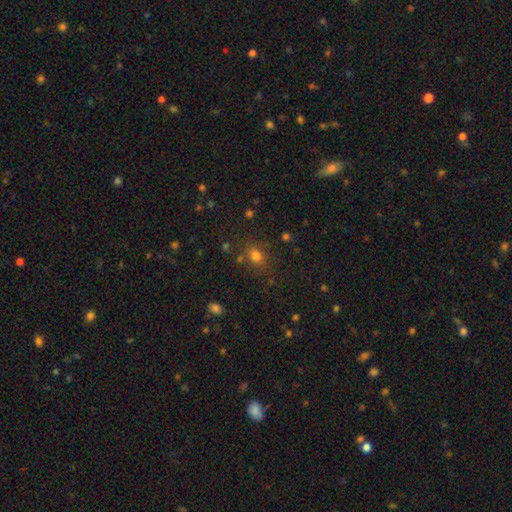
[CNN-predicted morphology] A smooth galaxy with no disk features (75%) that is round (58%). Merging: none (74%).